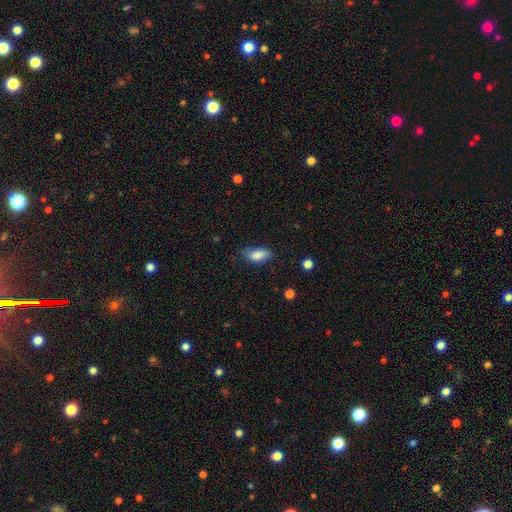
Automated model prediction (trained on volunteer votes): A smooth galaxy with no disk features (81%) that is in between round and cigar-shaped (89%).

Vote fractions:
- Smooth or featured? smooth: 81% / featured or disk: 11% / star or artifact: 8%
- How rounded? in between: 89% / cigar-shaped: 7% / round: 5%
- Merging? none: 58% / minor disturbance: 31% / major disturbance: 9% / merger: 2%